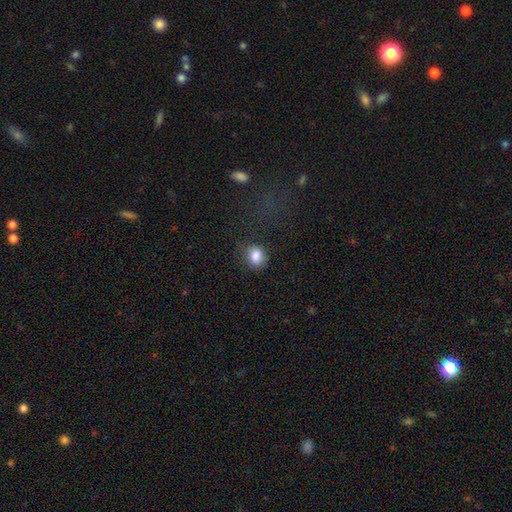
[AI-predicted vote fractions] Q: Smooth or featured?
A: smooth (84%); runner-up: star or artifact (10%)
Q: How rounded?
A: round (54%); runner-up: in between (45%)
Q: Merging?
A: none (70%); runner-up: minor disturbance (21%)